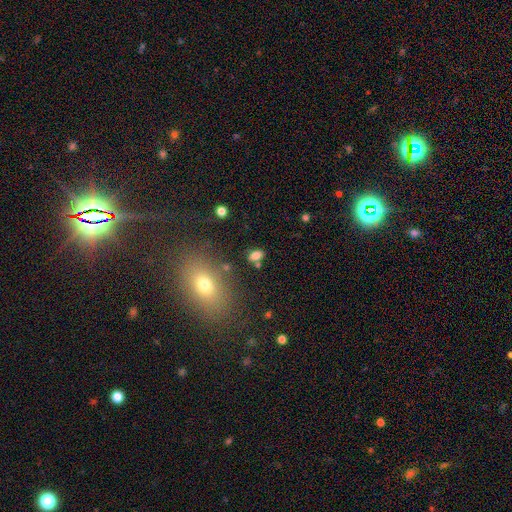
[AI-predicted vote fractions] Smooth or featured? smooth (79%)
How rounded? in between (84%)
Merging? none (75%)